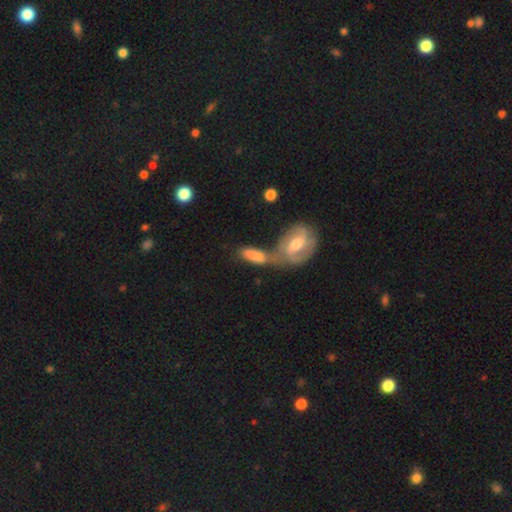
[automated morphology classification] This is possibly a smooth galaxy (52%). How rounded: likely in between (69%). Merging: possibly merger (52%).